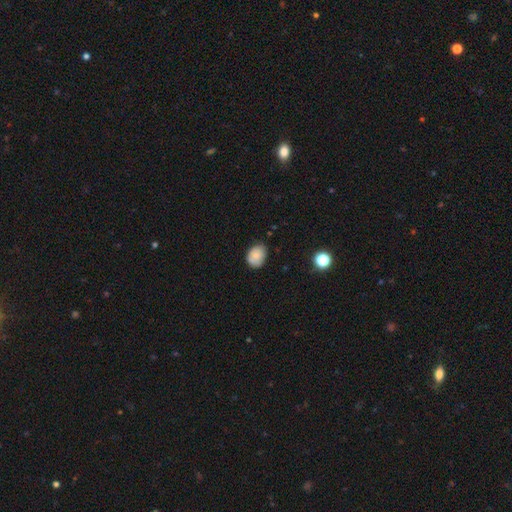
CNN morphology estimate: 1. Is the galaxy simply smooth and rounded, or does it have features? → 81% smooth, 10% featured or disk, 9% star or artifact.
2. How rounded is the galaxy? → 63% in between, 36% round, 1% cigar-shaped.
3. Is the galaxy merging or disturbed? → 69% none, 26% minor disturbance, 4% major disturbance, 2% merger.